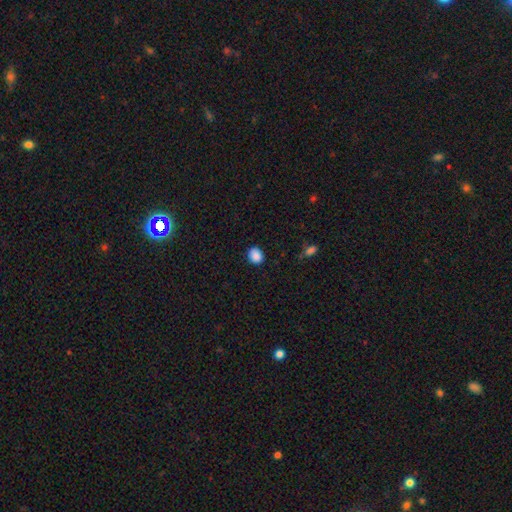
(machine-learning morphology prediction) Overall: smooth (88%). How rounded: round (64%; in between 35%). Merging: none (85%).